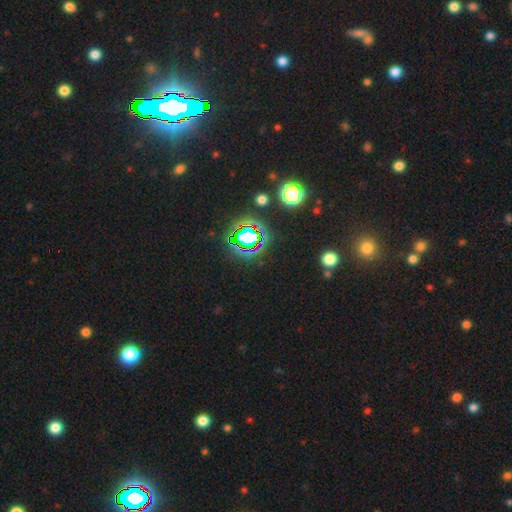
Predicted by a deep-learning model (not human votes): Morphology: type=star or artifact (78%).